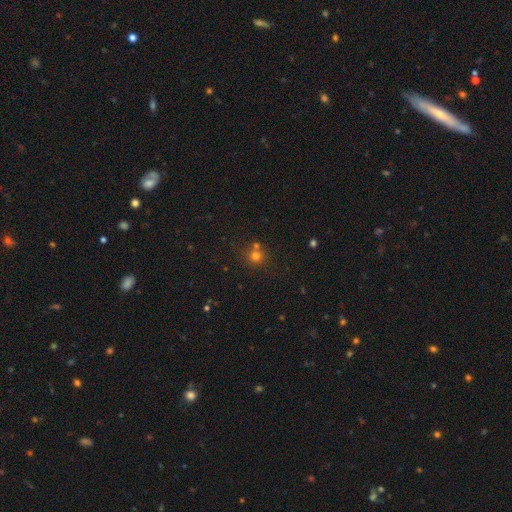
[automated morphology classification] This appears to be a smooth galaxy with no disk features (72%) that is round (91%). Merging: none (67%).